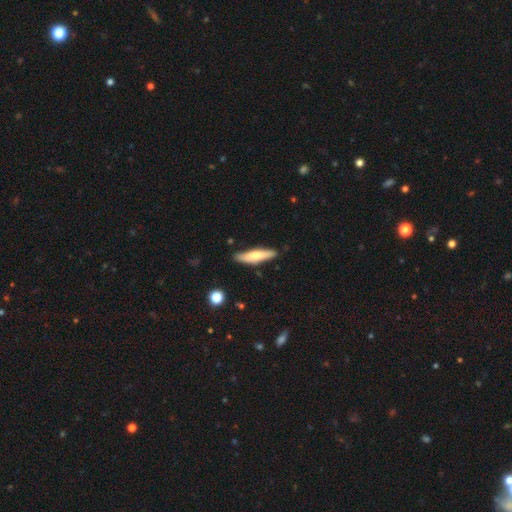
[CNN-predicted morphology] A smooth galaxy with no disk features (63%) that is cigar-shaped (76%).

Vote fractions:
- Smooth or featured? smooth: 63% / featured or disk: 31% / star or artifact: 6%
- How rounded? cigar-shaped: 76% / in between: 23% / round: 2%
- Merging? none: 82% / minor disturbance: 14% / major disturbance: 2% / merger: 2%